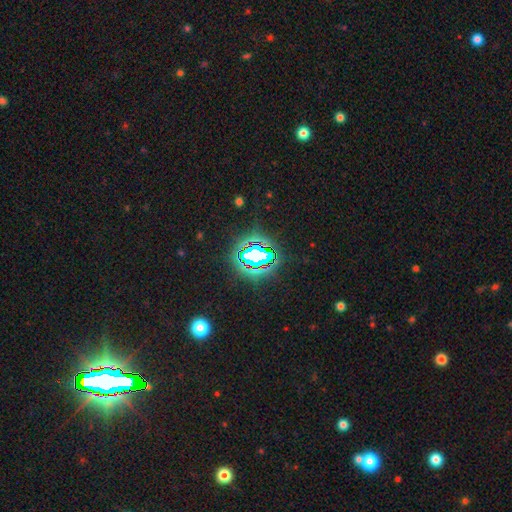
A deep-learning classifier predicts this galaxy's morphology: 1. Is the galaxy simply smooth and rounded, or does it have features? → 73% star or artifact, 15% smooth, 12% featured or disk.